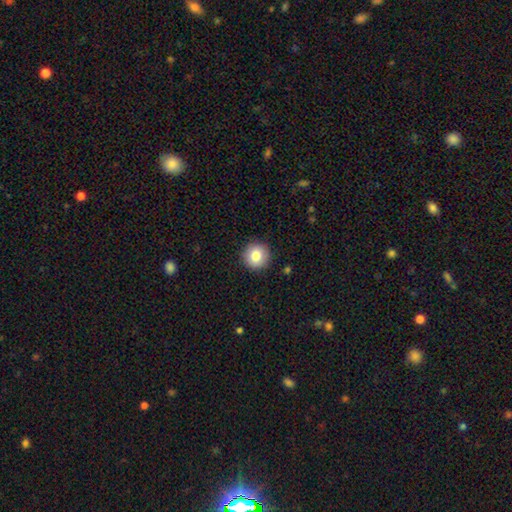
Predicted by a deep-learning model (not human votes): Smooth or featured? Predicted: smooth (p=0.84). How rounded? Predicted: round (p=0.95). Merging? Predicted: none (p=0.92).